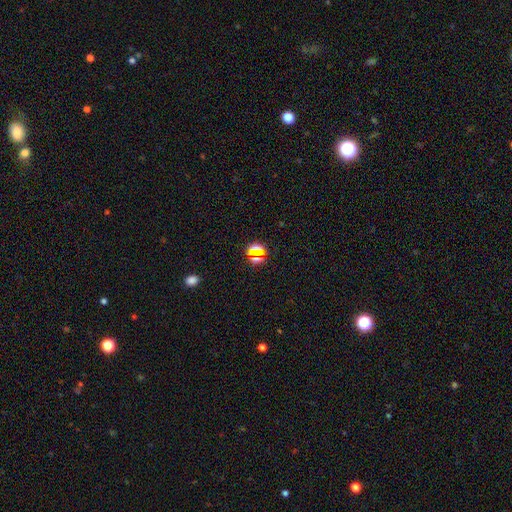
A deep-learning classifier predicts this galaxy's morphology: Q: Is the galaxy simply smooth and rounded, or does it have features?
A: star or artifact — 63%.